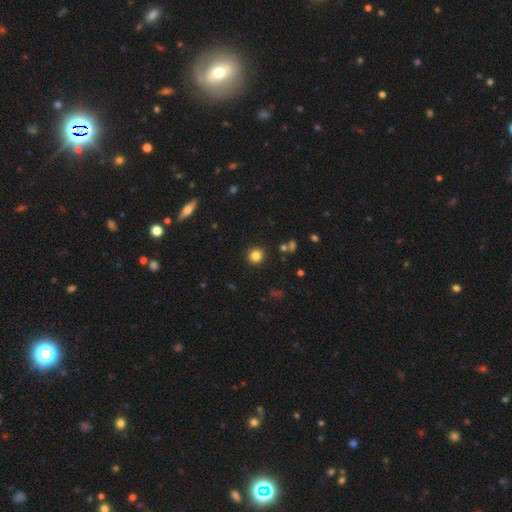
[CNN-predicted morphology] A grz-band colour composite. It shows a smooth galaxy with no disk features (83%) that is round (94%). Merging: none (91%).